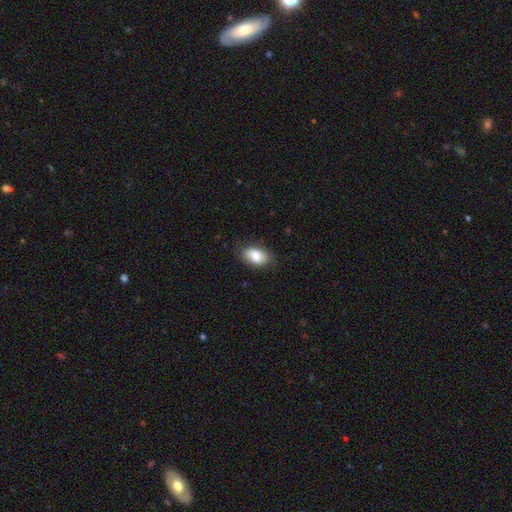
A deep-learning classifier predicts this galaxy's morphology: Smooth or featured: smooth — 81% (featured or disk — 12%)
How rounded: in between — 91% (round — 8%)
Merging: none — 76% (minor disturbance — 19%)